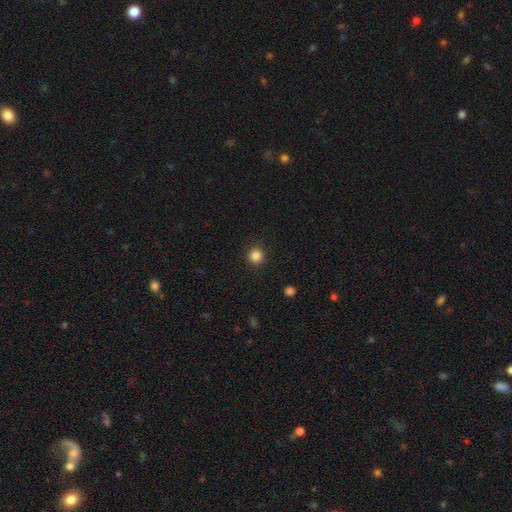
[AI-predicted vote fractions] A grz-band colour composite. It shows a smooth galaxy with no disk features (85%) that is round (94%). Merging: none (91%).